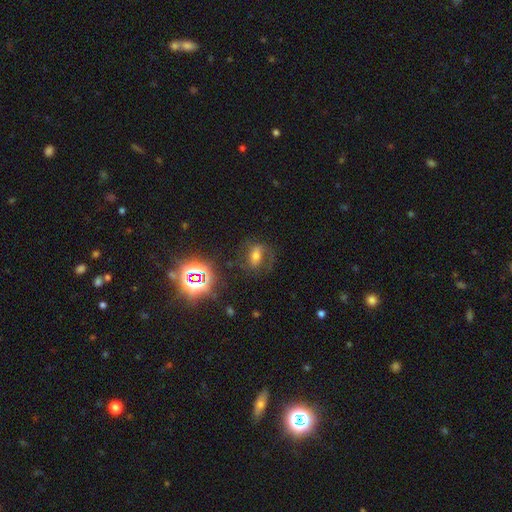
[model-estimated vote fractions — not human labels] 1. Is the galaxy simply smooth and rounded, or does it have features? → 51% featured or disk, 26% smooth, 23% star or artifact.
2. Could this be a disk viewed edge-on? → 92% no, 8% yes.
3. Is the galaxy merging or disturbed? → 64% none, 17% minor disturbance, 16% major disturbance, 2% merger.